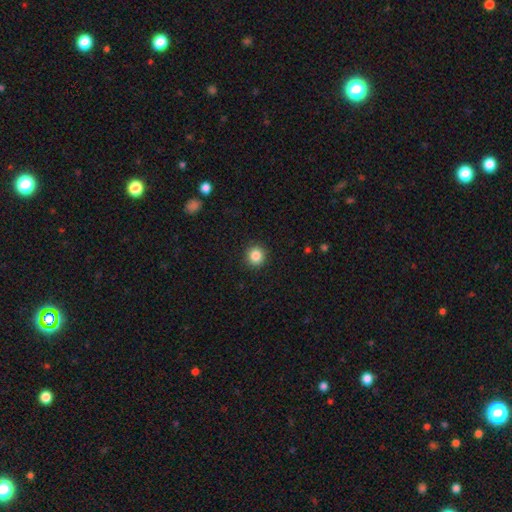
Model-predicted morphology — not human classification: Smooth or featured? Predicted: smooth (p=0.86). How rounded? Predicted: round (p=0.92). Merging? Predicted: none (p=0.92).